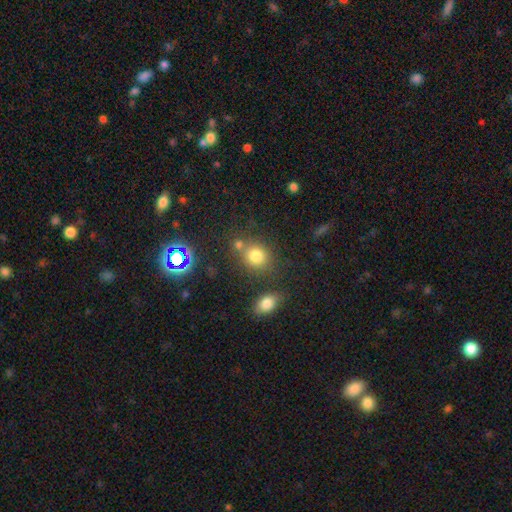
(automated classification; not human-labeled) Morphology: type=smooth (78%); roundness=round (69%); merging=none (65%).